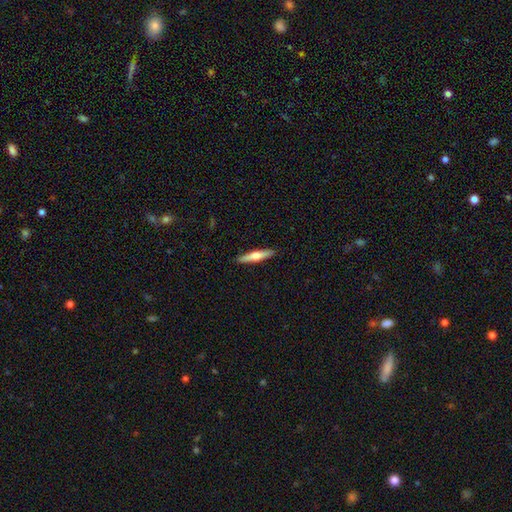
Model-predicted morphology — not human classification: Overall: smooth (50%; featured or disk 45%). How rounded: cigar-shaped (88%). Merging: none (91%).